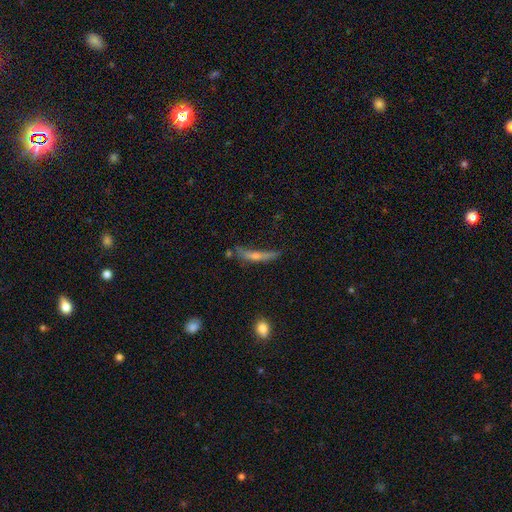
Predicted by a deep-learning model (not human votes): A featured or disk galaxy (48%). Merging: none (46%).